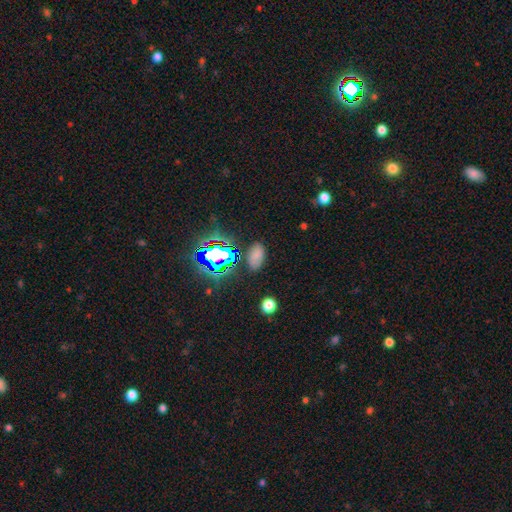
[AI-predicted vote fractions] This is likely a smooth galaxy (64%). How rounded: clearly in between (91%). Merging: likely none (79%).